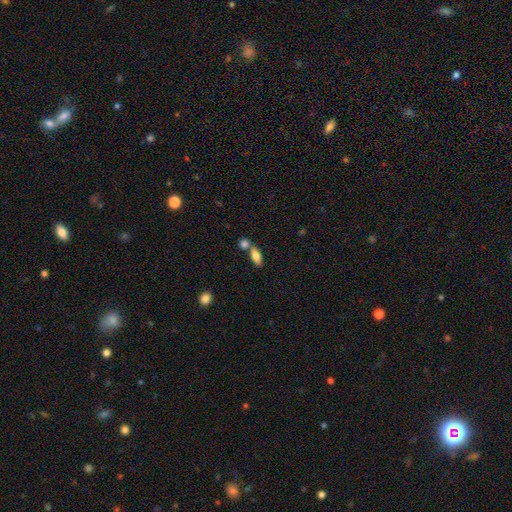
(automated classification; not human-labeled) Overall: smooth (79%). How rounded: in between (80%). Merging: none (52%; merger 35%).